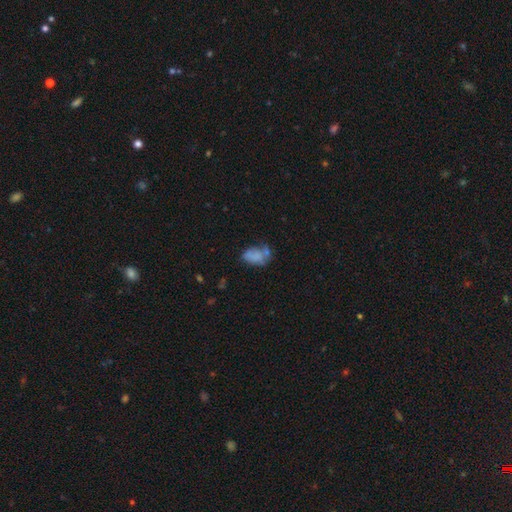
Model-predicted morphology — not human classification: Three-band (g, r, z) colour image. It shows a smooth galaxy with no disk features (67%) that is in between round and cigar-shaped (83%). Merging: none (34%).